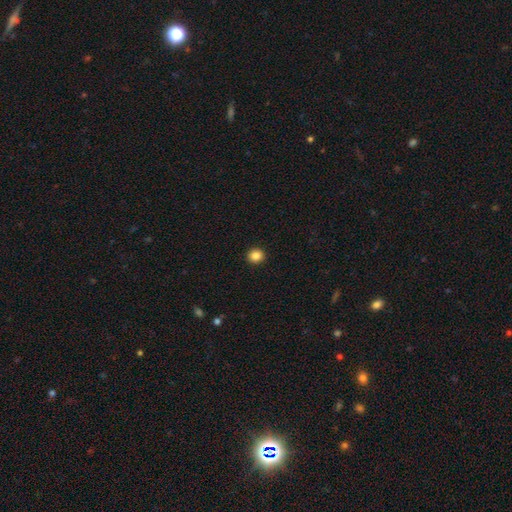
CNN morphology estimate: Smooth or featured? smooth (86%)
How rounded? round (87%)
Merging? none (93%)